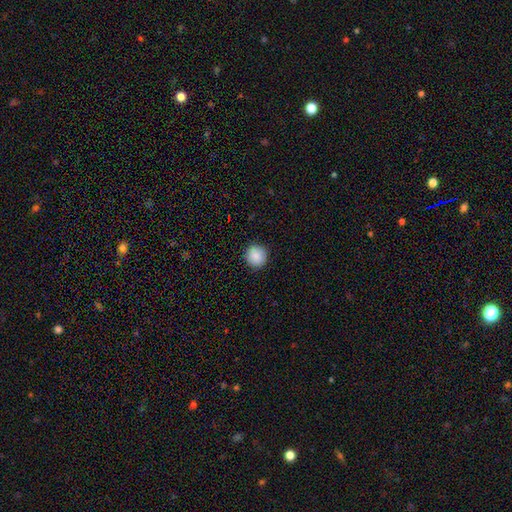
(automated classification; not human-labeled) Smooth or featured? smooth (89%)
How rounded? round (91%)
Merging? none (91%)